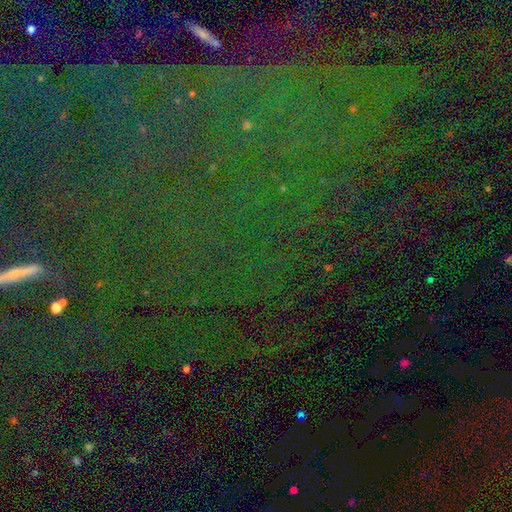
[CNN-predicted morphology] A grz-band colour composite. It shows a star or artifact, not a galaxy (83%).